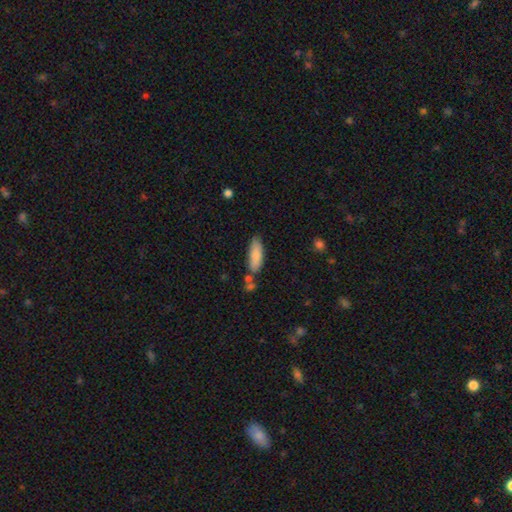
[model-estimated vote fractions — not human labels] Q: Smooth or featured?
A: smooth (85%); runner-up: featured or disk (9%)
Q: How rounded?
A: in between (56%); runner-up: cigar-shaped (42%)
Q: Merging?
A: none (71%); runner-up: minor disturbance (17%)